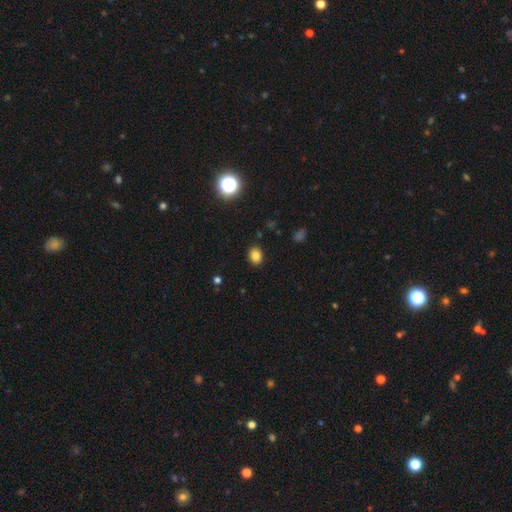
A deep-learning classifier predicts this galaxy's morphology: Smooth or featured?
  - smooth: 83% *
  - star or artifact: 12%
  - featured or disk: 5%
How rounded?
  - round: 56% *
  - in between: 43%
  - cigar-shaped: 1%
Merging?
  - none: 89% *
  - minor disturbance: 8%
  - major disturbance: 2%
  - merger: 1%